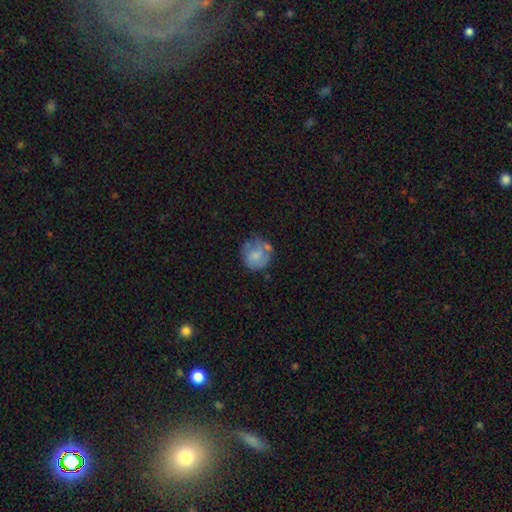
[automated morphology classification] Smooth or featured?
  - smooth: 58% *
  - featured or disk: 34%
  - star or artifact: 8%
How rounded?
  - round: 86% *
  - in between: 13%
  - cigar-shaped: 1%
Merging?
  - none: 55% *
  - minor disturbance: 26%
  - major disturbance: 12%
  - merger: 7%